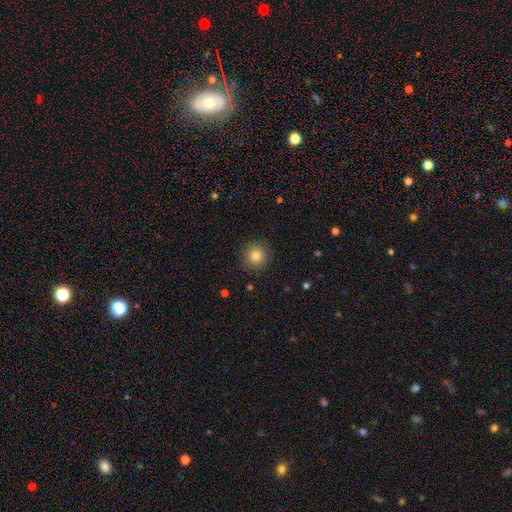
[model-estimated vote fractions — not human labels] smooth 82%, star or artifact 10%, featured or disk 8%. Down the decision tree: how rounded — round (94%); merging — none (89%).